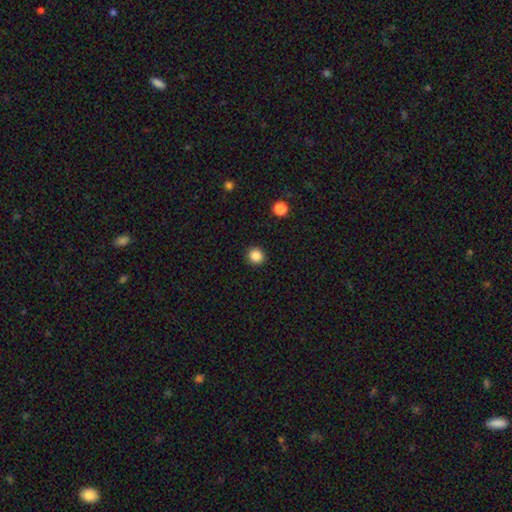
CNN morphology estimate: A smooth galaxy with no disk features (86%) that is round (91%).

Vote fractions:
- Smooth or featured? smooth: 86% / star or artifact: 11% / featured or disk: 3%
- How rounded? round: 91% / in between: 8% / cigar-shaped: 1%
- Merging? none: 92% / minor disturbance: 5% / major disturbance: 2% / merger: 1%